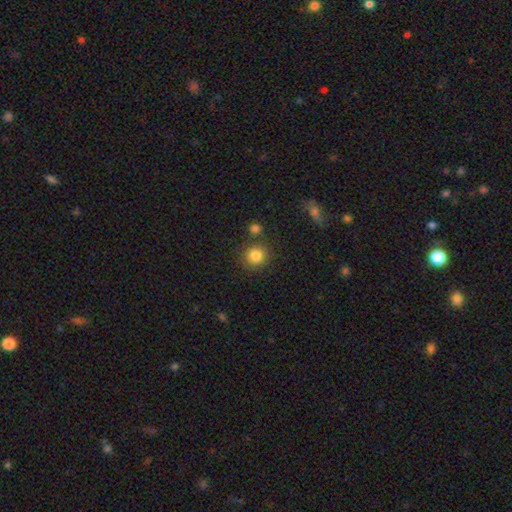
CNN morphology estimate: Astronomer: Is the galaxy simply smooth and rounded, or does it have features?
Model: smooth — 84%.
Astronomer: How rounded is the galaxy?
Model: round — 90%.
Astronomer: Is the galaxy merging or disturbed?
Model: none — 80%.